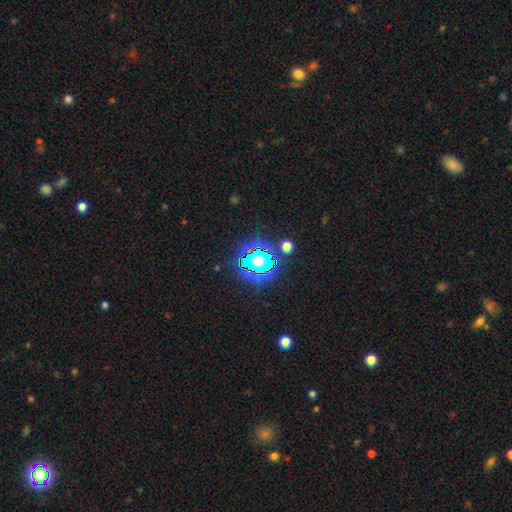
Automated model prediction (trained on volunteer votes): A star or artifact, not a galaxy (83%).